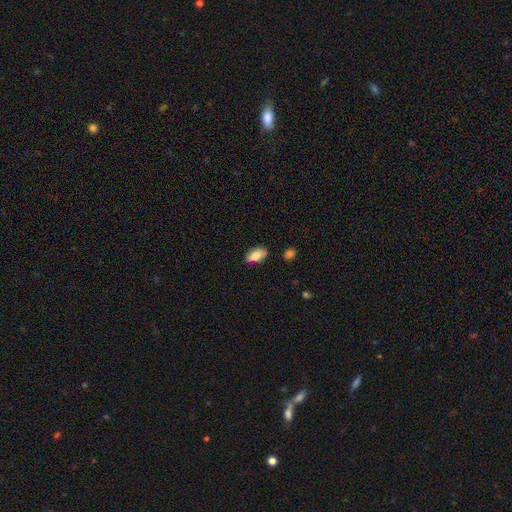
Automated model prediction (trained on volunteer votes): A smooth galaxy with no disk features (84%) that is in between round and cigar-shaped (91%). Merging: none (81%).